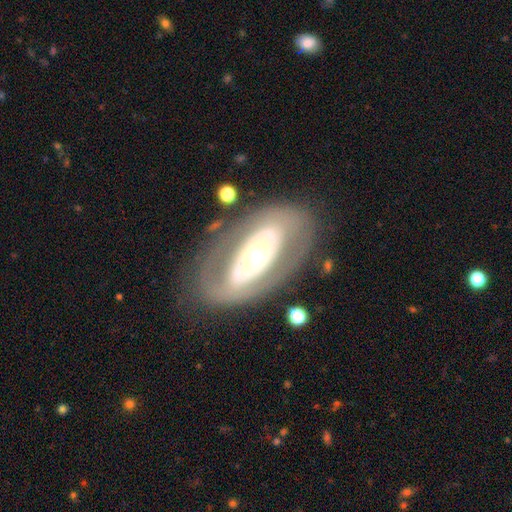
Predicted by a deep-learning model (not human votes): A featured or disk galaxy (70%) with no bar (75%), no spiral arms (74%) and a moderate central bulge (63%). Merging: none (76%).